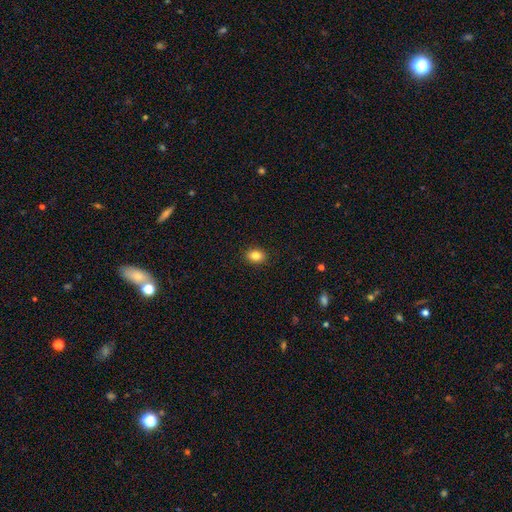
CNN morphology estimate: smooth_or_featured: smooth (p=0.84) [alt: star or artifact p=0.10]
how_rounded: in between (p=0.65) [alt: round p=0.34]
merging: none (p=0.91) [alt: minor disturbance p=0.07]